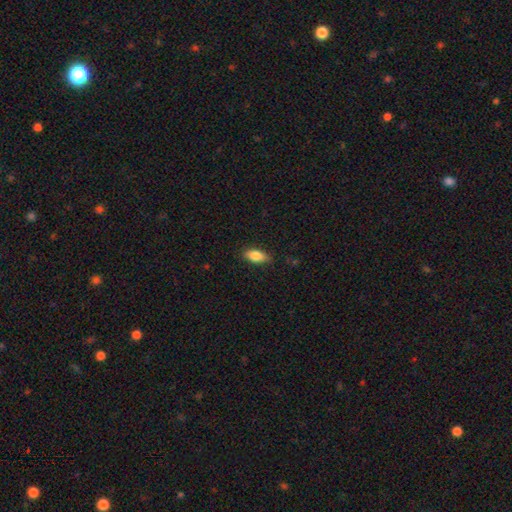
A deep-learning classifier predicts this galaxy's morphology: This appears to be a smooth galaxy with no disk features (83%) that is in between round and cigar-shaped (86%). Merging: none (84%).